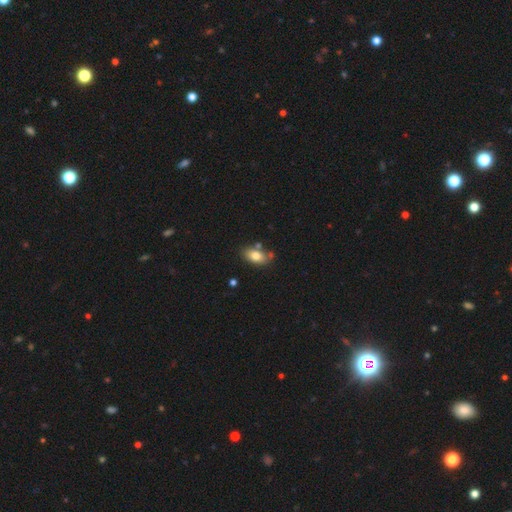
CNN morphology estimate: Smooth or featured: smooth — 79% (featured or disk — 13%)
How rounded: in between — 89% (round — 8%)
Merging: none — 68% (minor disturbance — 17%)